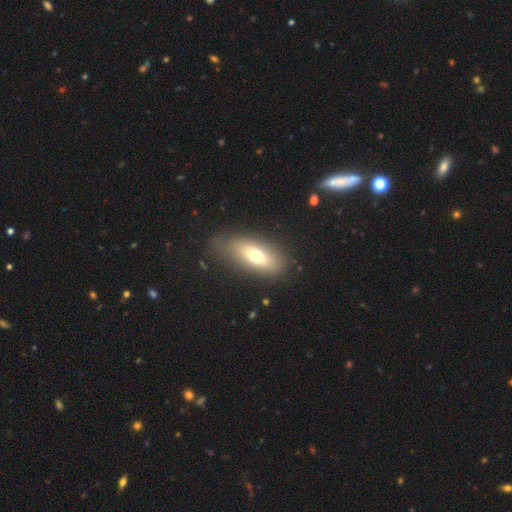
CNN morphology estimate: Smooth or featured: smooth — 68% (featured or disk — 22%)
How rounded: in between — 79% (cigar-shaped — 15%)
Merging: none — 72% (minor disturbance — 17%)